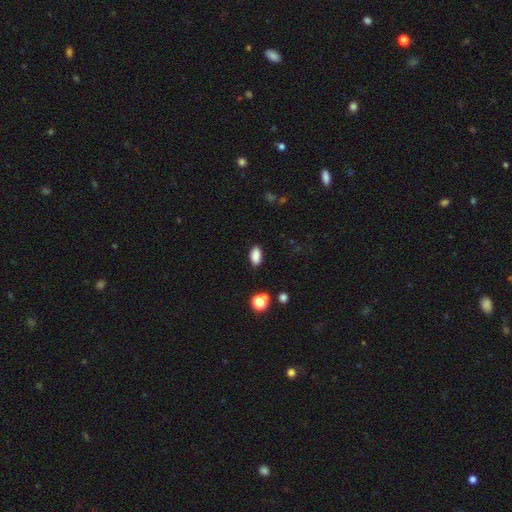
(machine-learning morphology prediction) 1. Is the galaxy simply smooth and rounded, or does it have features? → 86% smooth, 10% star or artifact, 4% featured or disk.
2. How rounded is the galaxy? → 90% in between, 5% cigar-shaped, 5% round.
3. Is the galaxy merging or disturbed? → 86% none, 9% minor disturbance, 2% major disturbance, 2% merger.